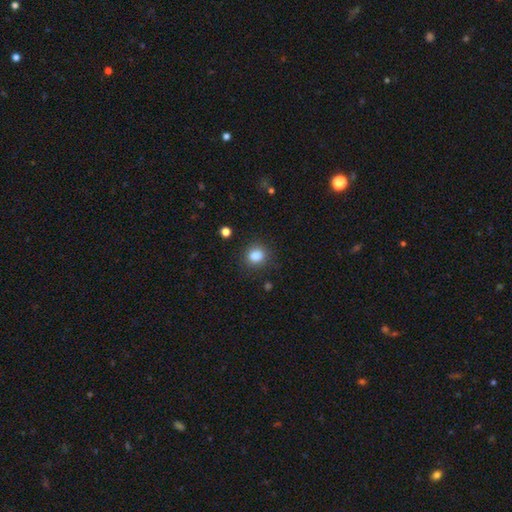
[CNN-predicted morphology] type=smooth (86%); roundness=round (73%); merging=none (82%).